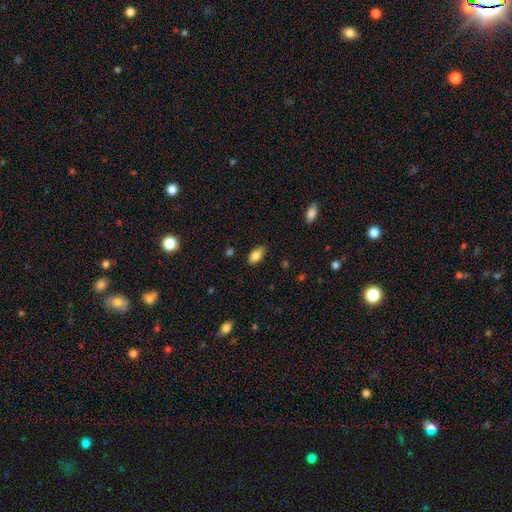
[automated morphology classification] A smooth galaxy with no disk features (82%) that is in between round and cigar-shaped (90%). Merging: none (80%).